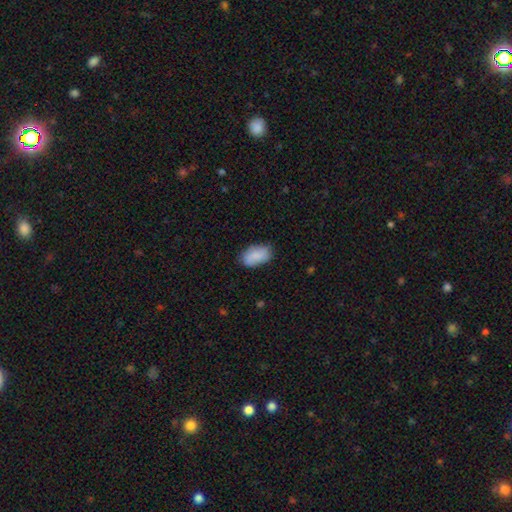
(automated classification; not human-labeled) A smooth galaxy with no disk features (84%) that is in between round and cigar-shaped (93%). Merging: none (75%).